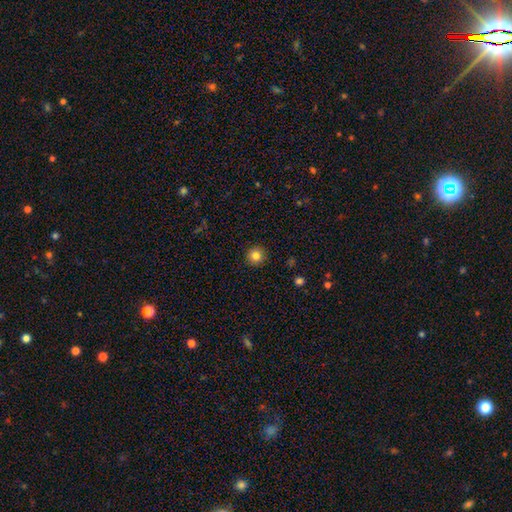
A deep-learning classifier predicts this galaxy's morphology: type=smooth (83%); roundness=round (95%); merging=none (92%).